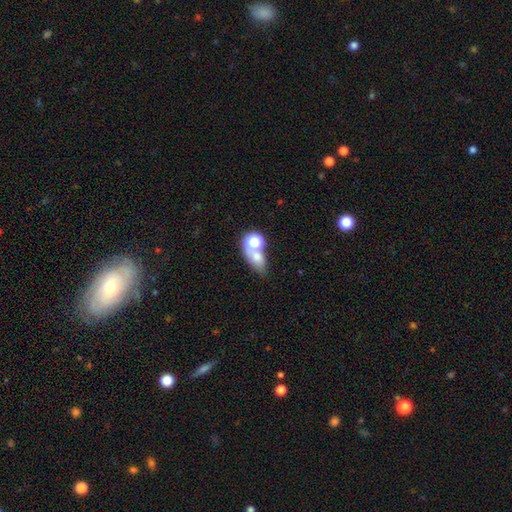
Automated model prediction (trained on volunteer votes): smooth_or_featured: smooth (p=0.64) [alt: star or artifact p=0.19]
how_rounded: in between (p=0.59) [alt: round p=0.37]
merging: merger (p=0.45) [alt: none p=0.37]